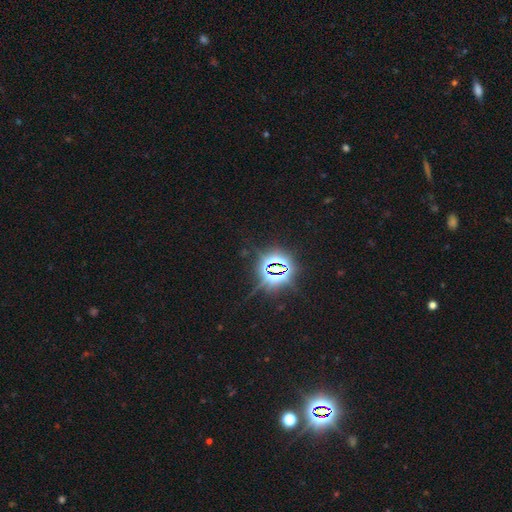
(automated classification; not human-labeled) Smooth or featured? Predicted: star or artifact (p=0.82).